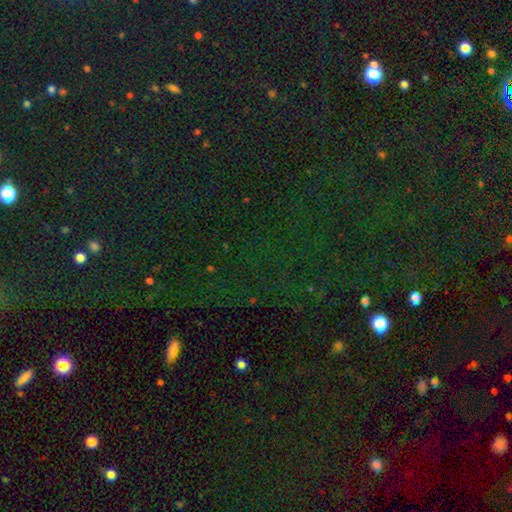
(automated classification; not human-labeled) Smooth or featured: star or artifact — 78% (smooth — 15%)